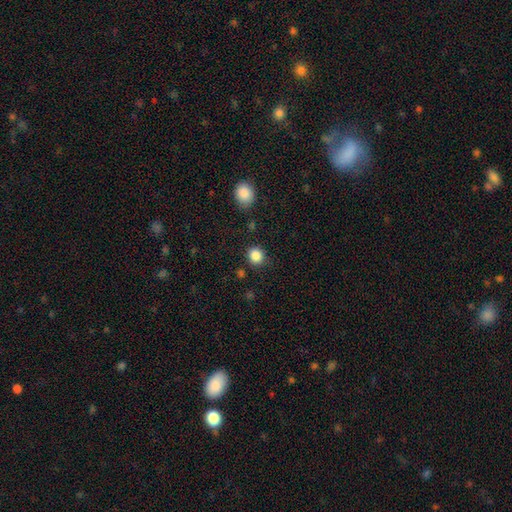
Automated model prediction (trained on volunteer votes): Smooth or featured? smooth (86%)
How rounded? round (84%)
Merging? none (85%)